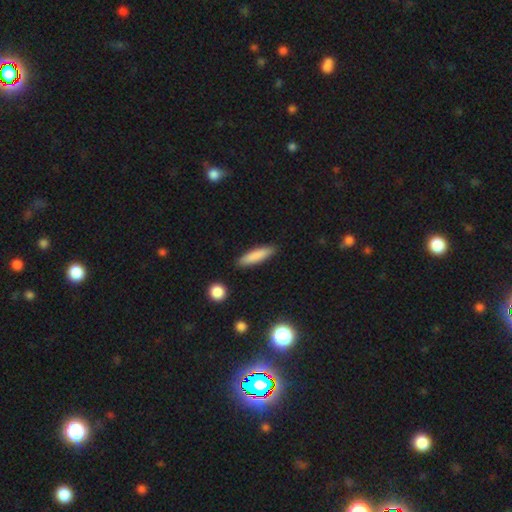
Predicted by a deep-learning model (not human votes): This appears to be a smooth galaxy with no disk features (83%) that is cigar-shaped (77%). Merging: none (89%).